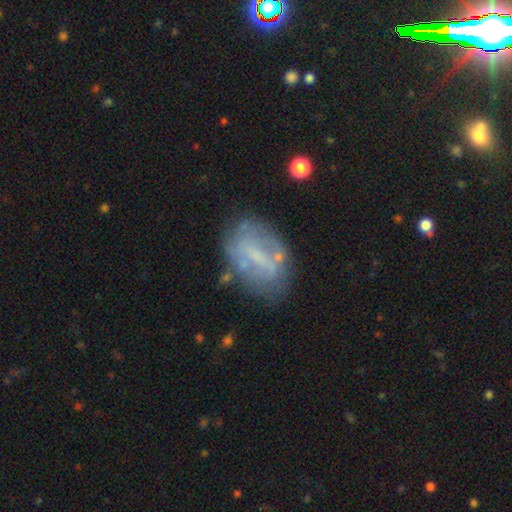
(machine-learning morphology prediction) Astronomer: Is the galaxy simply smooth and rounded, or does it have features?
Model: featured or disk — 57% (runner-up: smooth, 34%).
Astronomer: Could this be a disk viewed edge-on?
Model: no — 94%.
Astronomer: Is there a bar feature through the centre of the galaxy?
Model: weak — 40% (runner-up: strong, 32%).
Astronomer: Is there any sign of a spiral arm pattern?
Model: no — 64%.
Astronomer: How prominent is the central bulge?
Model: small — 41%, tied with none at 41%.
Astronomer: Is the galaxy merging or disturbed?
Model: none — 63%.